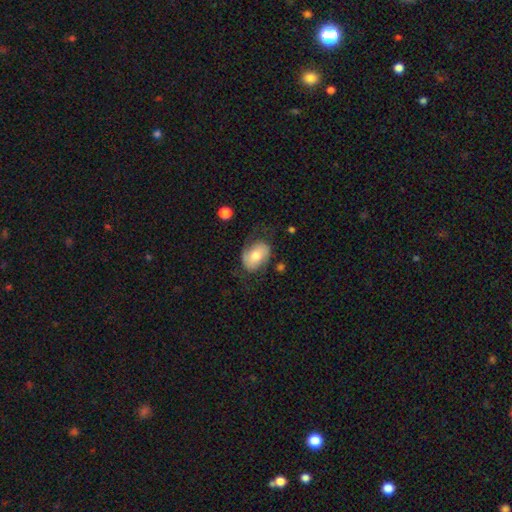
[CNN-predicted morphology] Smooth or featured? Predicted: smooth (p=0.50). How rounded? Predicted: in between (p=0.79). Merging? Predicted: none (p=0.58).